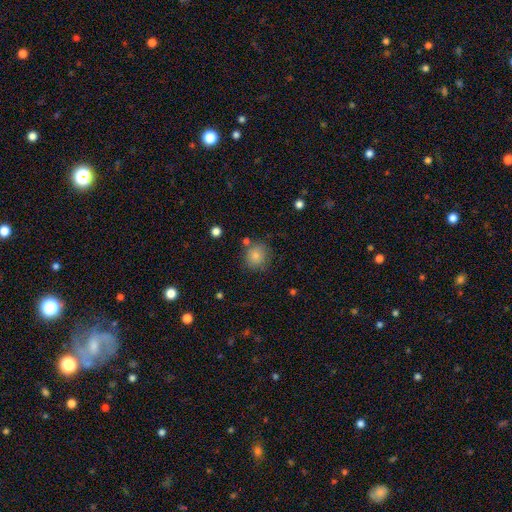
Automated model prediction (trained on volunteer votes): Overall: smooth (81%). How rounded: round (87%). Merging: none (76%).